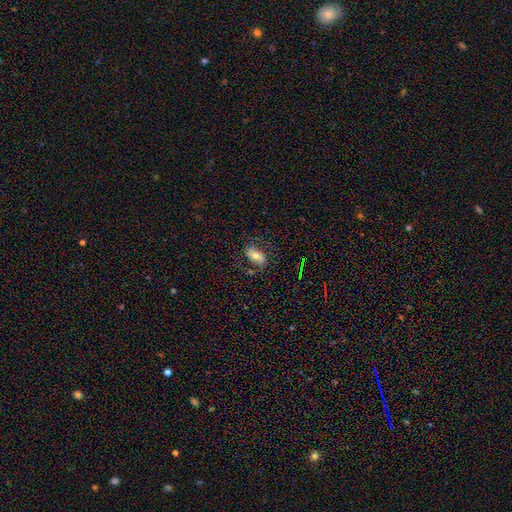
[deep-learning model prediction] Smooth or featured? smooth (60%)
How rounded? in between (88%)
Merging? none (71%)